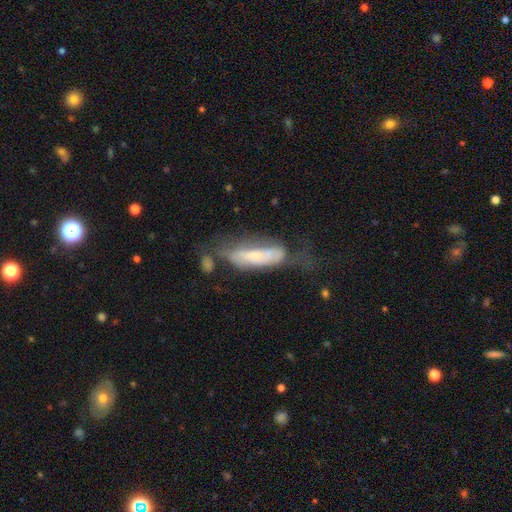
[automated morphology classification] The model was most divided on "merging": none: 32%, major disturbance: 30%, minor disturbance: 26%, merger: 12%. More confident: edge-on disk — no (69%); smooth or featured — featured or disk (53%).